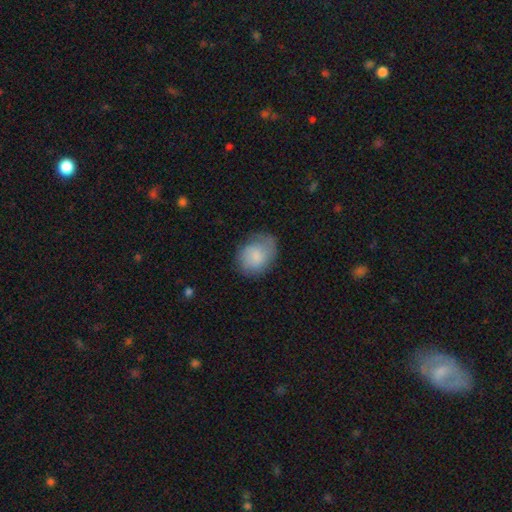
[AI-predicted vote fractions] A smooth galaxy with no disk features (73%) that is in between round and cigar-shaped (57%). Merging: none (61%).